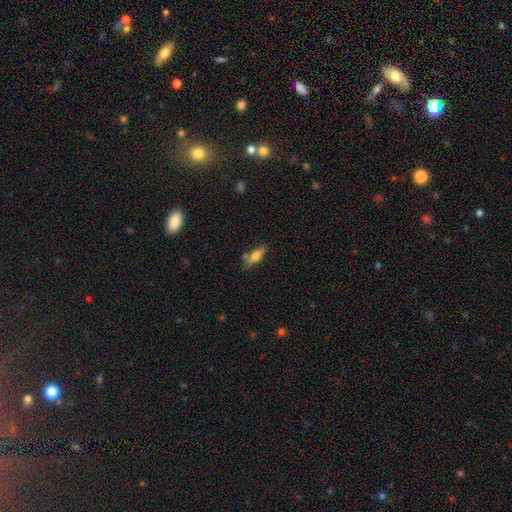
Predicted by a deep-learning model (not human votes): Q: Smooth or featured?
A: smooth (64%); runner-up: featured or disk (29%)
Q: How rounded?
A: in between (57%); runner-up: cigar-shaped (40%)
Q: Merging?
A: none (64%); runner-up: minor disturbance (19%)